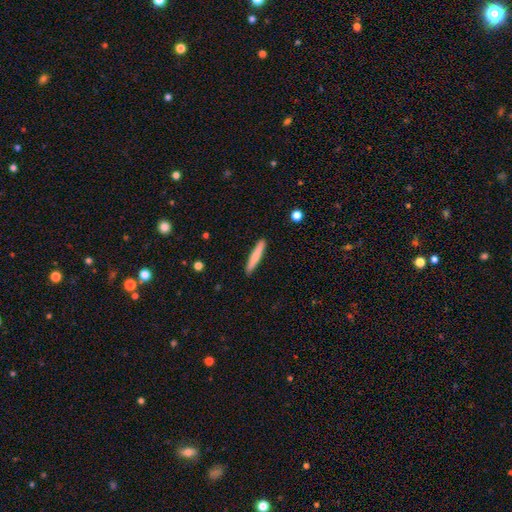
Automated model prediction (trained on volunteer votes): Smooth or featured? Predicted: smooth (p=0.77). How rounded? Predicted: cigar-shaped (p=0.94). Merging? Predicted: none (p=0.91).